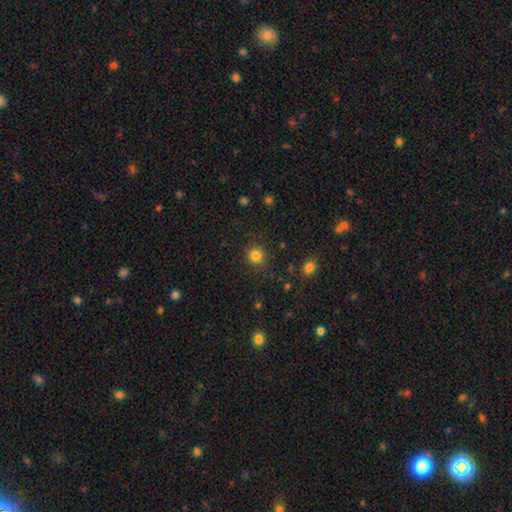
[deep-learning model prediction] Q: Smooth or featured?
A: smooth (83%); runner-up: star or artifact (13%)
Q: How rounded?
A: round (91%); runner-up: in between (8%)
Q: Merging?
A: none (88%); runner-up: minor disturbance (8%)